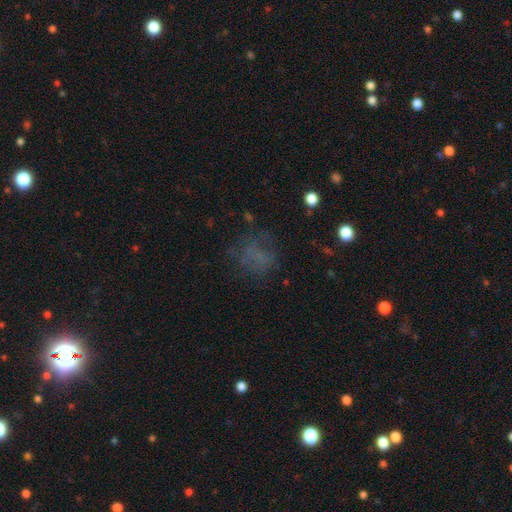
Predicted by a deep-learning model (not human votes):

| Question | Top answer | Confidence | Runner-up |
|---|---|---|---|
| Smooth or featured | smooth | 49% | star or artifact (26%) |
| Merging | none | 60% | major disturbance (20%) |